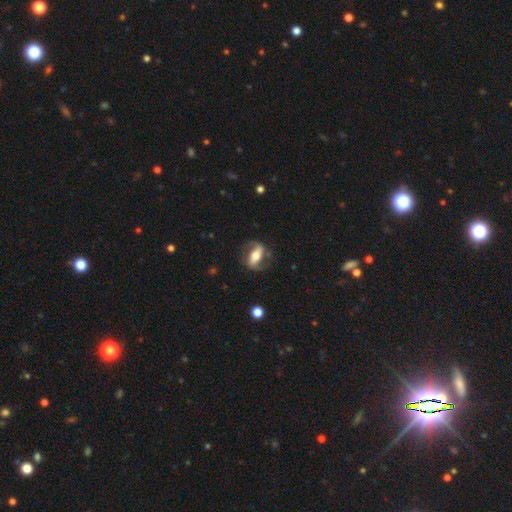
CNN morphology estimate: A featured or disk galaxy (65%) with a strong bar (52%), spiral arms (80%) and a moderate central bulge (61%). Merging: none (72%).